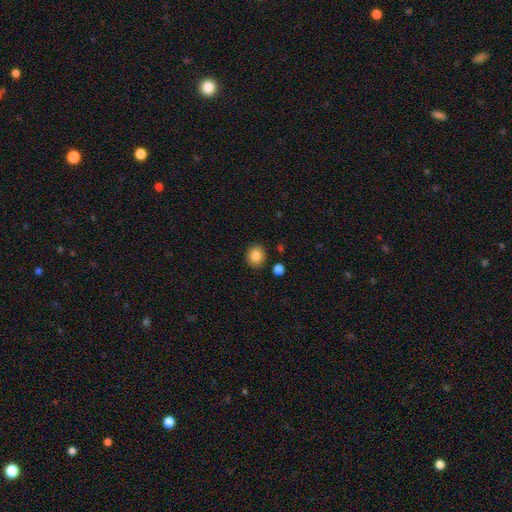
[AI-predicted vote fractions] smooth-or-featured: smooth: 84% | star or artifact: 9% | featured or disk: 6%
  how-rounded: round: 81% | in between: 18% | cigar-shaped: 1%
  merging: none: 88% | minor disturbance: 7% | merger: 3% | major disturbance: 2%